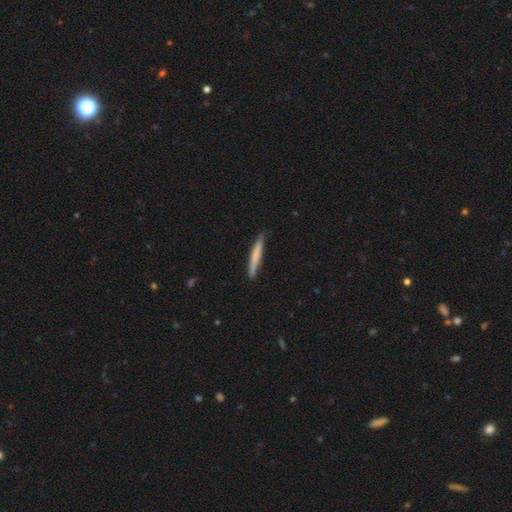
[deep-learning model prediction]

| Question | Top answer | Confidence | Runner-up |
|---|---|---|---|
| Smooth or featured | smooth | 68% | featured or disk (26%) |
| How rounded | cigar-shaped | 95% | in between (3%) |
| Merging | none | 87% | minor disturbance (10%) |